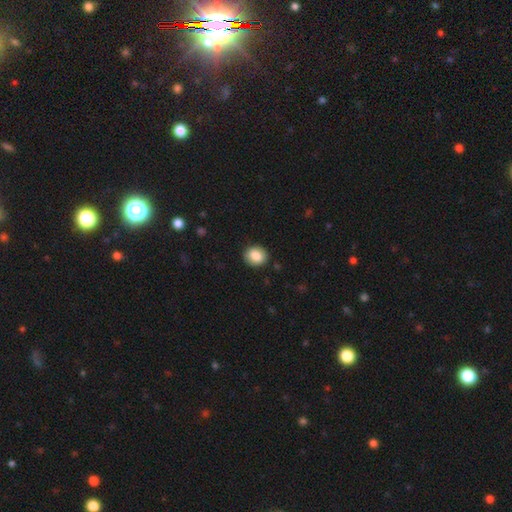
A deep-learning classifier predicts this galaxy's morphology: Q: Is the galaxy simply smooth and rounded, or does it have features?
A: smooth — 87%.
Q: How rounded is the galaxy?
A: round — 65%.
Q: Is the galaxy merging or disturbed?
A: none — 90%.